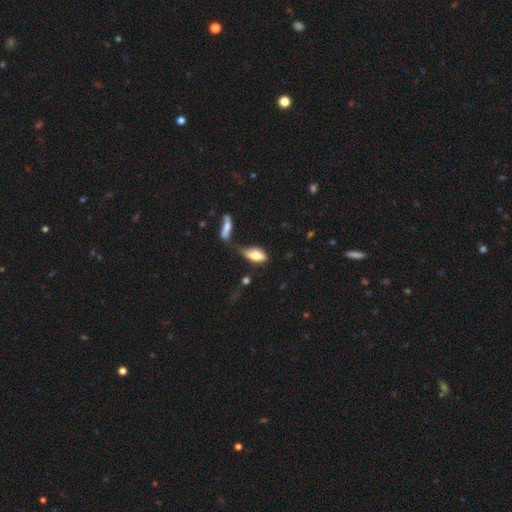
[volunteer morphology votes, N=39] type=smooth (64%); roundness=in between (92%); merging=minor disturbance (33%).